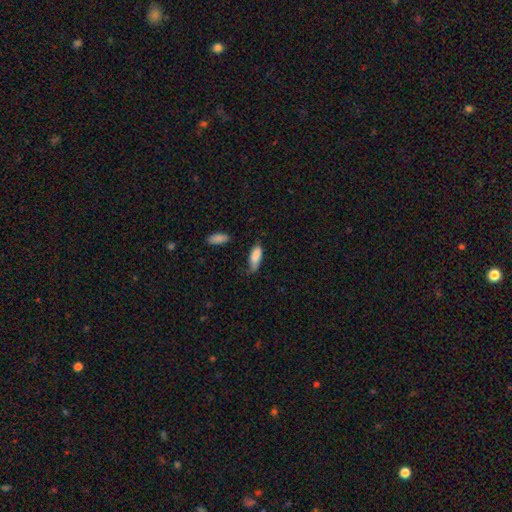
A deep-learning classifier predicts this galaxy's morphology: Smooth or featured? Predicted: smooth (p=0.85). How rounded? Predicted: in between (p=0.74). Merging? Predicted: none (p=0.44).